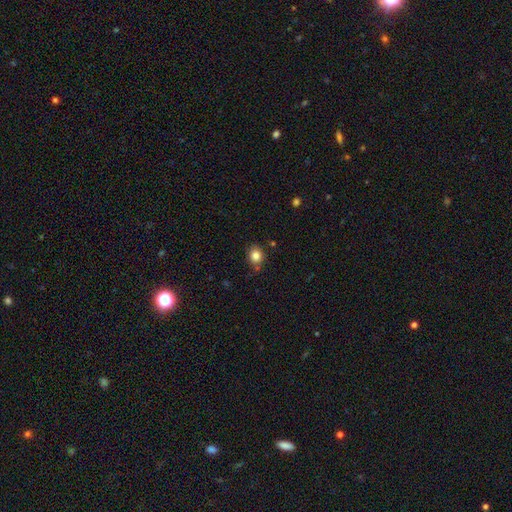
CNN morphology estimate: Smooth or featured: smooth — 83% (star or artifact — 11%)
How rounded: round — 69% (in between — 30%)
Merging: none — 78% (minor disturbance — 15%)